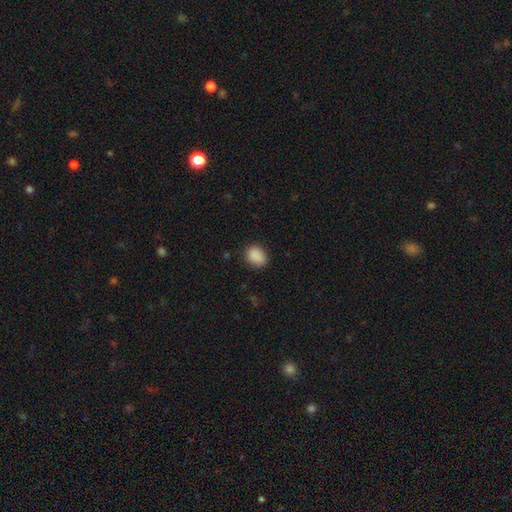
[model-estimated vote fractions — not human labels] A smooth galaxy with no disk features (88%) that is in between round and cigar-shaped (58%).

Vote fractions:
- Smooth or featured? smooth: 88% / star or artifact: 8% / featured or disk: 3%
- How rounded? in between: 58% / round: 41% / cigar-shaped: 1%
- Merging? none: 80% / minor disturbance: 15% / major disturbance: 3% / merger: 1%